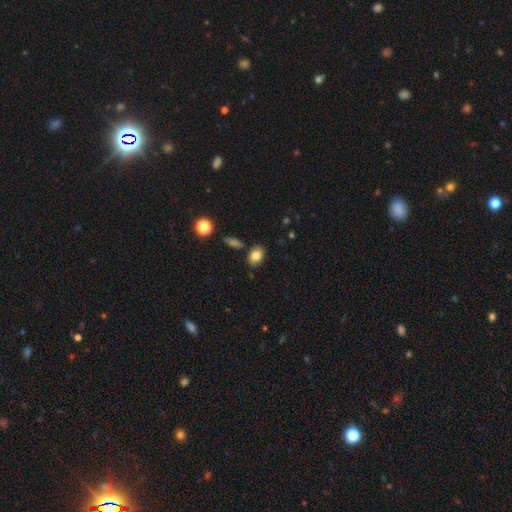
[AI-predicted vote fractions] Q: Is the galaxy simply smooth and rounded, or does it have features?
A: smooth — 83%.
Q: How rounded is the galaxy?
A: in between — 72%.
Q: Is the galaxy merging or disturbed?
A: none — 82%.